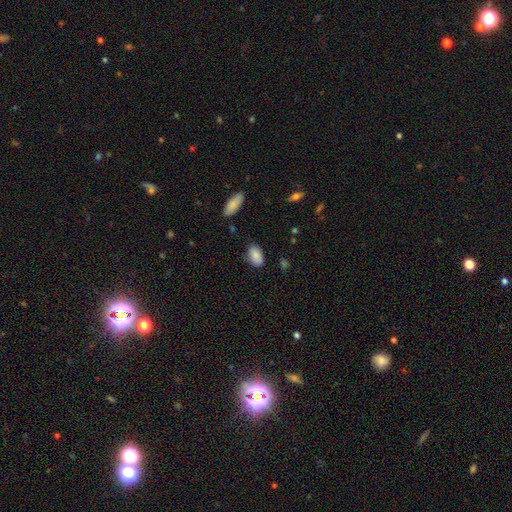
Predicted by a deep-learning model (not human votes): smooth_or_featured: smooth (p=0.86) [alt: star or artifact p=0.07]
how_rounded: in between (p=0.92) [alt: round p=0.06]
merging: none (p=0.80) [alt: minor disturbance p=0.15]